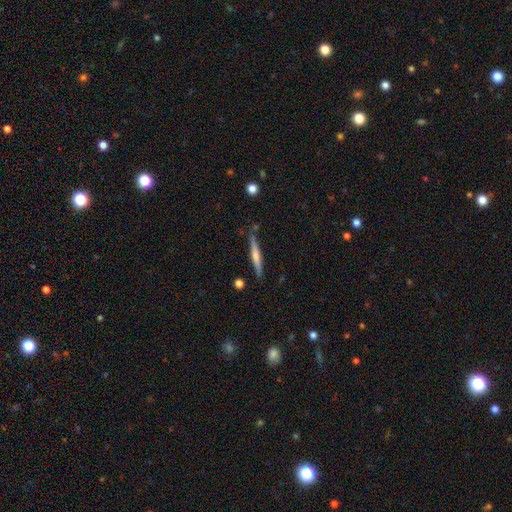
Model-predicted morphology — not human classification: This is possibly a featured or disk galaxy (48%). Merging: clearly none (82%).